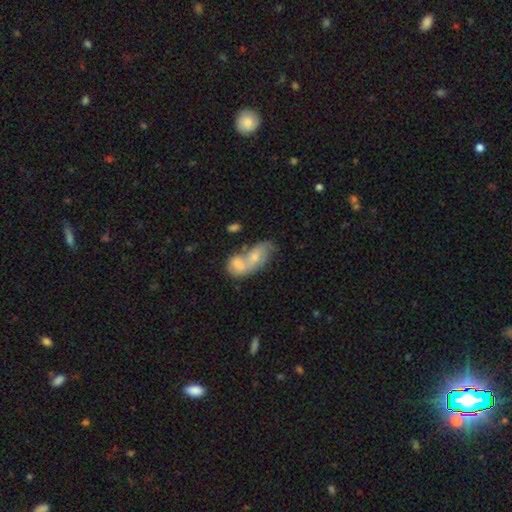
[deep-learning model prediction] Smooth or featured: smooth — 56% (featured or disk — 37%)
How rounded: in between — 86% (round — 9%)
Merging: merger — 67% (none — 17%)